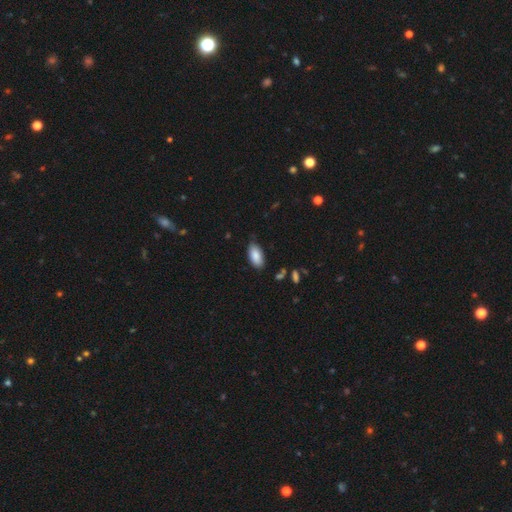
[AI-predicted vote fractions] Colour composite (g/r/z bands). It shows a smooth galaxy with no disk features (87%) that is in between round and cigar-shaped (93%). Merging: none (78%).